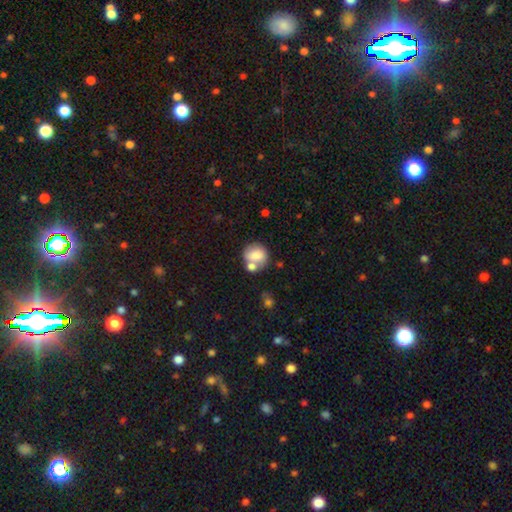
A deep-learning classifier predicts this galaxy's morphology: type=smooth (77%); roundness=round (77%); merging=none (48%).